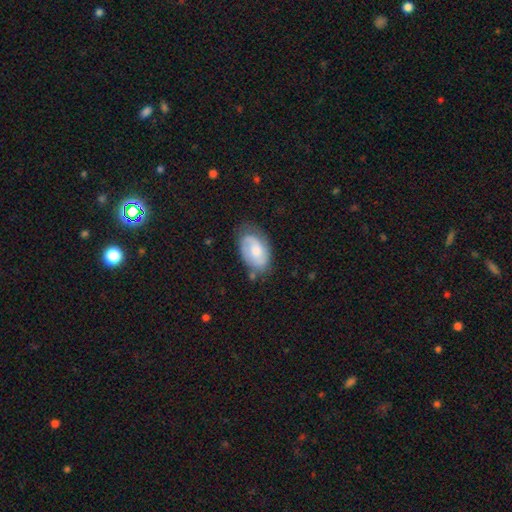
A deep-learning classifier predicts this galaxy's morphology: This appears to be a featured or disk galaxy (58%) with no bar (63%), spiral arms (85%) and a moderate central bulge (55%). Merging: none (65%).